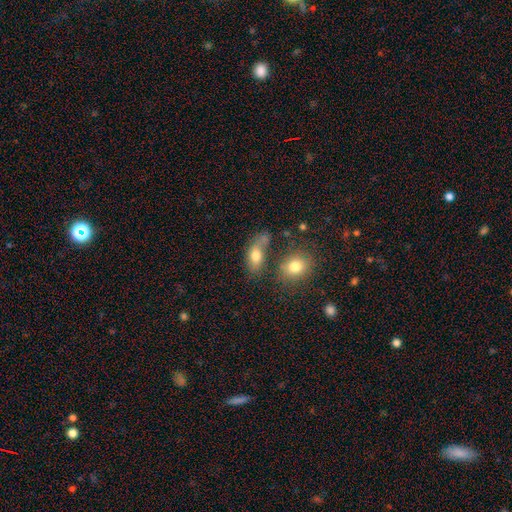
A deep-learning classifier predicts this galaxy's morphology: This appears to be a smooth galaxy with no disk features (75%) that is in between round and cigar-shaped (78%). Merging: none (47%).